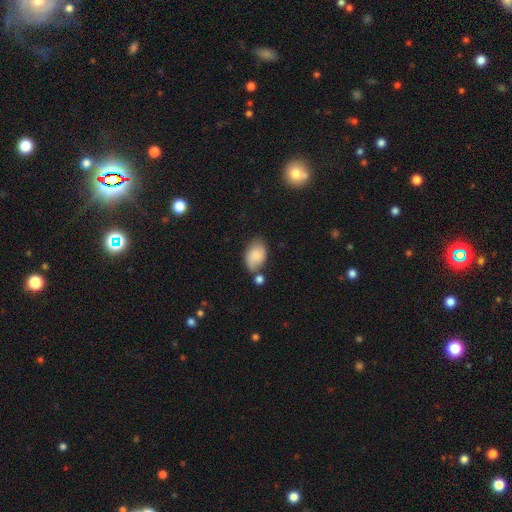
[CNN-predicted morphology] Smooth or featured?
  - smooth: 76% *
  - featured or disk: 16%
  - star or artifact: 8%
How rounded?
  - in between: 87% *
  - round: 12%
  - cigar-shaped: 1%
Merging?
  - none: 51% *
  - minor disturbance: 25%
  - merger: 16%
  - major disturbance: 8%